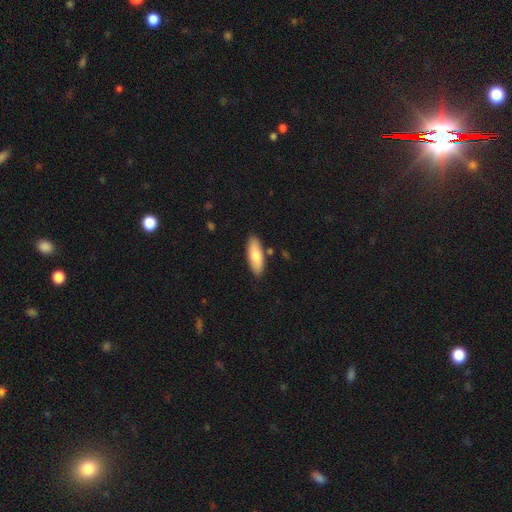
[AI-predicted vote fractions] Morphology: type=smooth (78%); roundness=in between (73%); merging=none (84%).